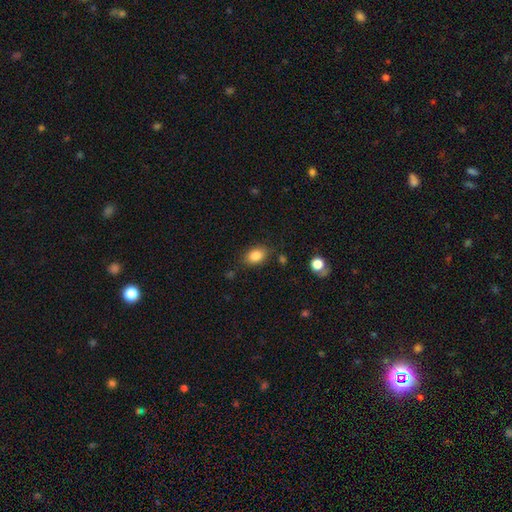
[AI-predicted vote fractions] Smooth or featured? smooth (85%)
How rounded? in between (81%)
Merging? none (80%)